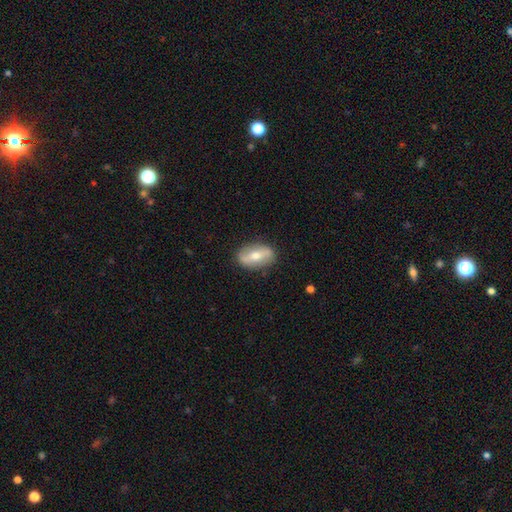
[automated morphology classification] A featured or disk galaxy (50%).

Vote fractions:
- Smooth or featured? featured or disk: 50% / smooth: 44% / star or artifact: 6%
- Merging? none: 85% / minor disturbance: 11% / major disturbance: 3% / merger: 1%